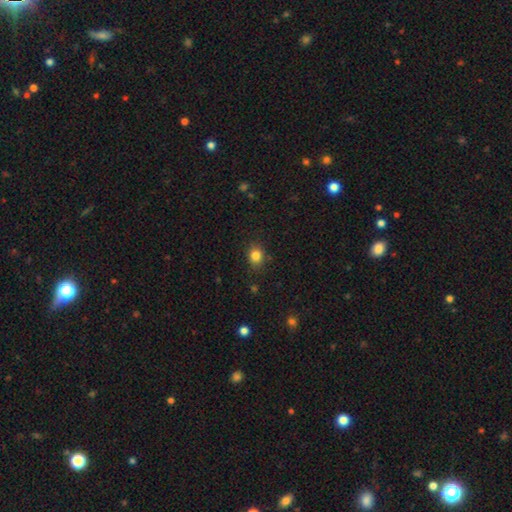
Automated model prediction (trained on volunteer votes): A smooth galaxy with no disk features (83%) that is round (65%). Merging: none (85%).